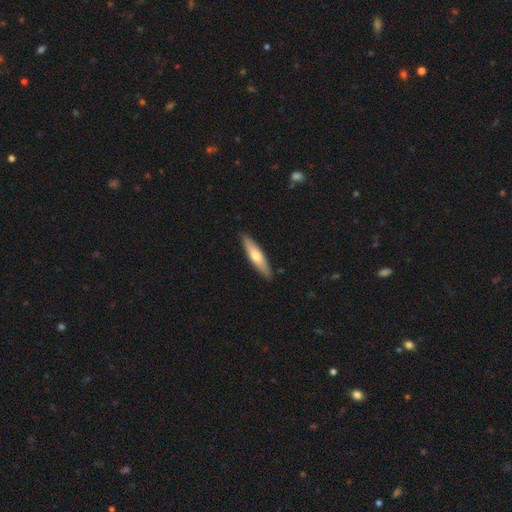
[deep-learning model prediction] Smooth or featured? smooth (59%)
How rounded? cigar-shaped (77%)
Merging? none (88%)